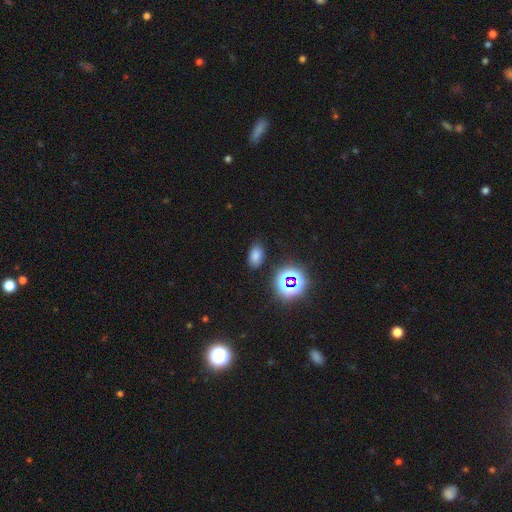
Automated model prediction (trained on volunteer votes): smooth 71%, star or artifact 22%, featured or disk 7%. Down the decision tree: how rounded — in between (86%); merging — none (84%).